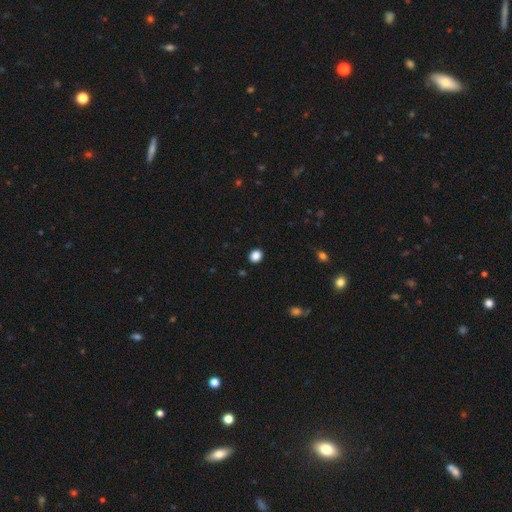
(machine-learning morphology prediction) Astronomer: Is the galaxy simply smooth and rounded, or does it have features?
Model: smooth — 87%.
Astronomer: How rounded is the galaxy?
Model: round — 60% (runner-up: in between, 39%).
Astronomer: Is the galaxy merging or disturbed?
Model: none — 91%.